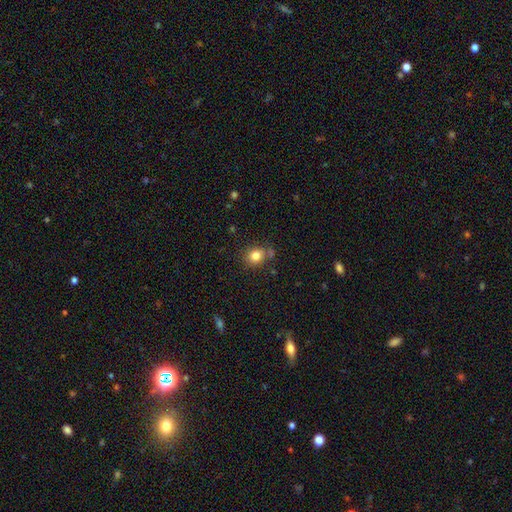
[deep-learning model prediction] smooth 81%, star or artifact 12%, featured or disk 8%. Down the decision tree: how rounded — round (76%); merging — none (74%).